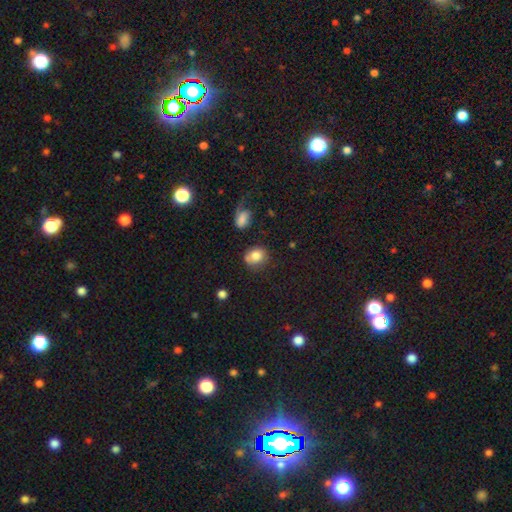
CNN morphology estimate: Smooth or featured? Predicted: smooth (p=0.78). How rounded? Predicted: round (p=0.58). Merging? Predicted: none (p=0.58).